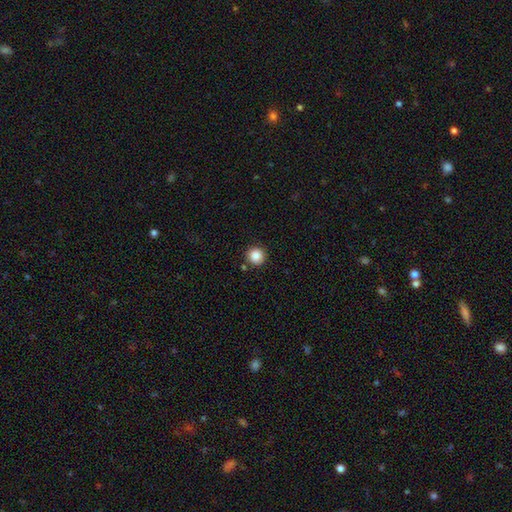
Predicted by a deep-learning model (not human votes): Smooth or featured? Predicted: smooth (p=0.87). How rounded? Predicted: round (p=0.95). Merging? Predicted: none (p=0.87).